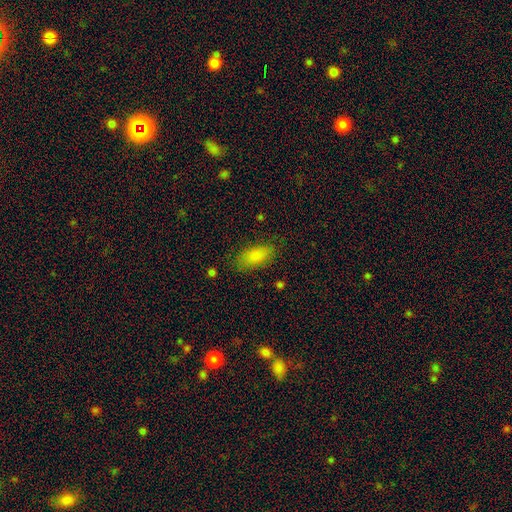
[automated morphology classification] type=smooth (85%); roundness=in between (90%); merging=none (81%).